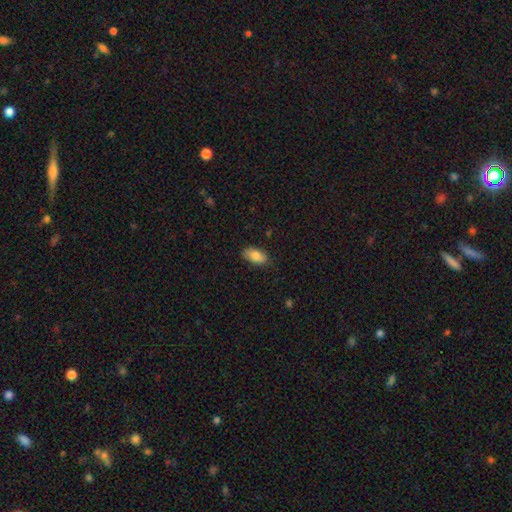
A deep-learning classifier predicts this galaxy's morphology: Smooth or featured? smooth (87%)
How rounded? in between (93%)
Merging? none (83%)